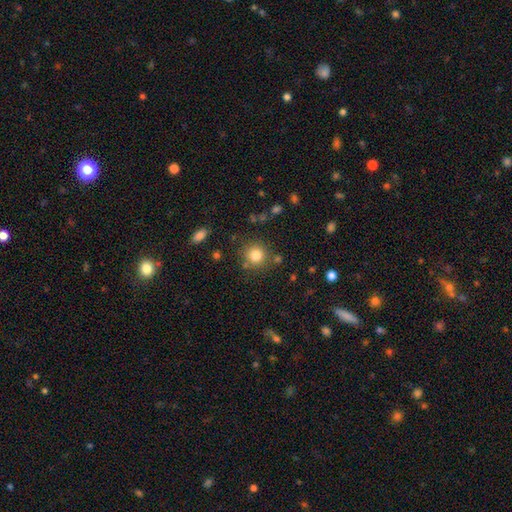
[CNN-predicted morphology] A smooth galaxy with no disk features (82%) that is round (92%). Merging: none (81%).